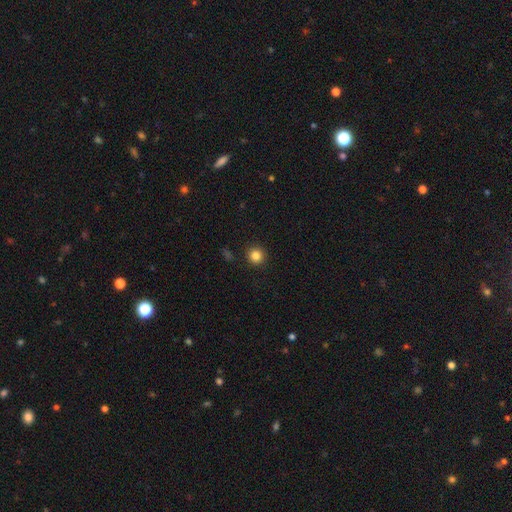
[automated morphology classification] Smooth or featured: smooth — 84% (star or artifact — 11%)
How rounded: round — 94% (in between — 5%)
Merging: none — 92% (minor disturbance — 5%)